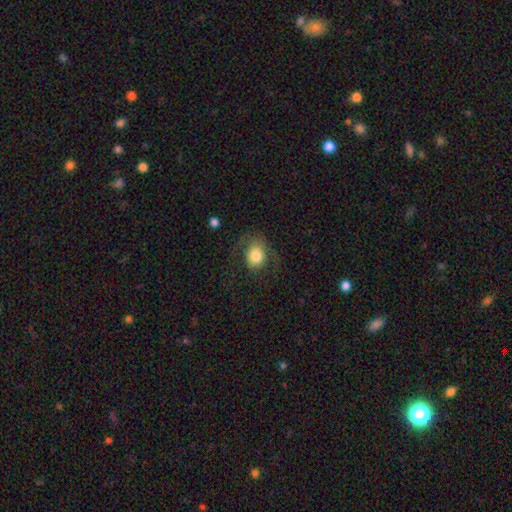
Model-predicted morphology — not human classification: This is likely a smooth galaxy (71%). How rounded: possibly round (51%). Merging: possibly none (56%).